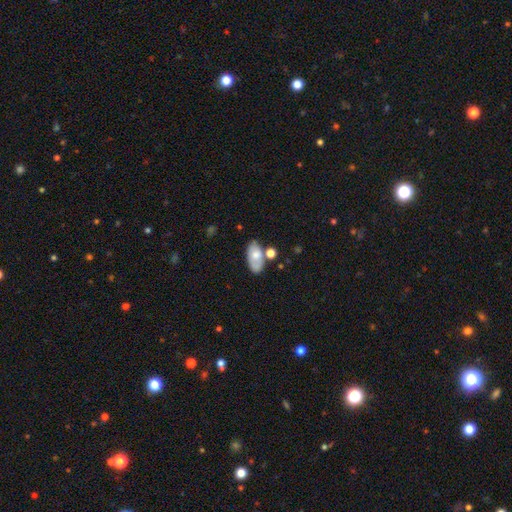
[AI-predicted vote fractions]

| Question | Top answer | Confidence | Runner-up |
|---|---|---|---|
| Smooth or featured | smooth | 66% | featured or disk (27%) |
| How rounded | in between | 91% | round (5%) |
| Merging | none | 54% | minor disturbance (20%) |